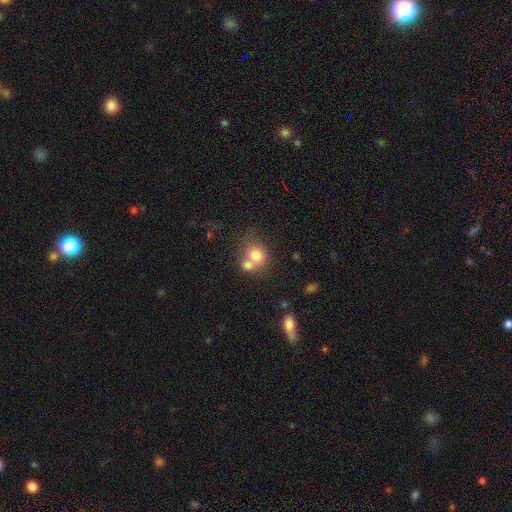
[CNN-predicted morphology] A smooth galaxy with no disk features (74%) that is round (69%).

Vote fractions:
- Smooth or featured? smooth: 74% / featured or disk: 16% / star or artifact: 10%
- How rounded? round: 69% / in between: 30% / cigar-shaped: 1%
- Merging? merger: 58% / none: 29% / minor disturbance: 9% / major disturbance: 5%